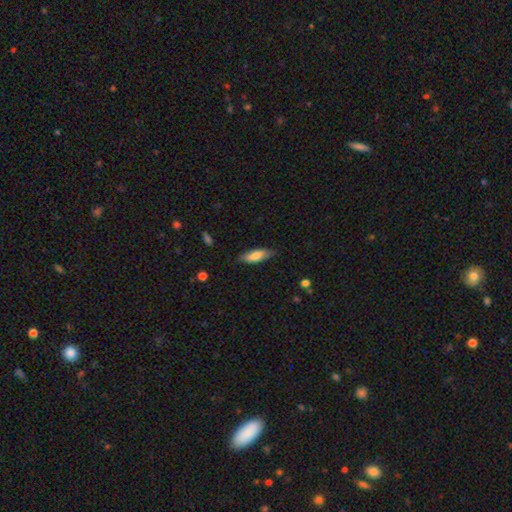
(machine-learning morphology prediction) Smooth or featured: smooth — 76% (featured or disk — 18%)
How rounded: in between — 60% (cigar-shaped — 38%)
Merging: none — 74% (minor disturbance — 21%)